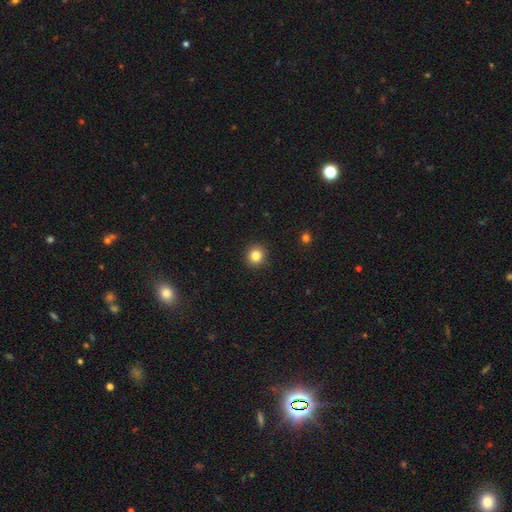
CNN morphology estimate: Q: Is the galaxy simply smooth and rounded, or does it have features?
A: smooth — 84%.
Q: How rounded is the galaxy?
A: round — 92%.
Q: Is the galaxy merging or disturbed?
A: none — 92%.